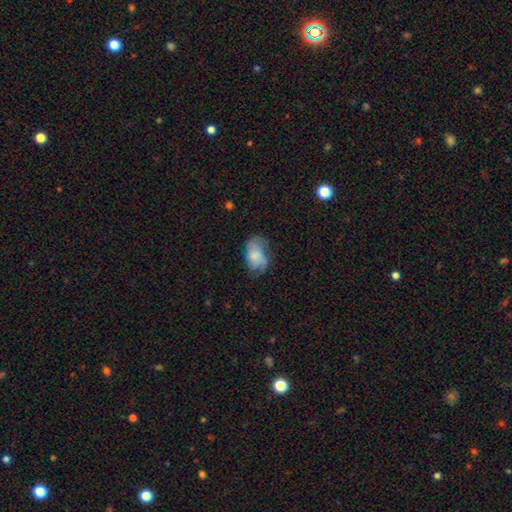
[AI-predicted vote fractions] A smooth galaxy with no disk features (65%) that is in between round and cigar-shaped (89%). Merging: none (42%).